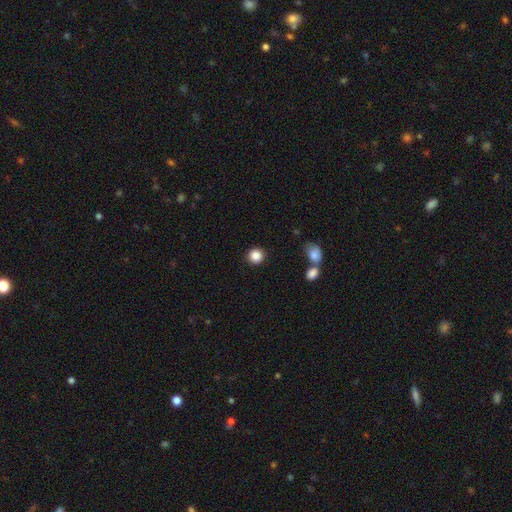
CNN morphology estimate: Smooth or featured? Predicted: smooth (p=0.87). How rounded? Predicted: round (p=0.93). Merging? Predicted: none (p=0.89).